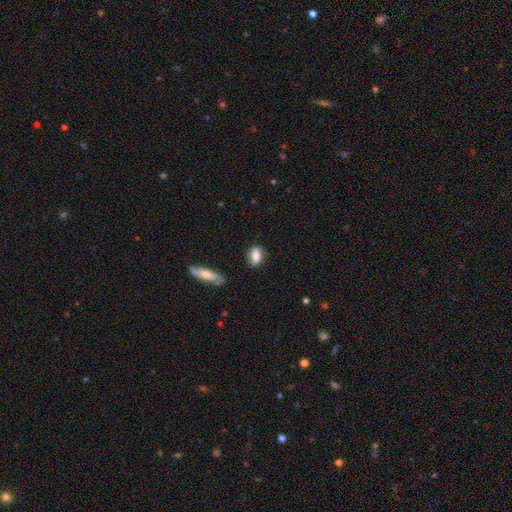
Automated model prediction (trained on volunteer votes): A smooth galaxy with no disk features (75%) that is in between round and cigar-shaped (80%). Merging: none (80%).